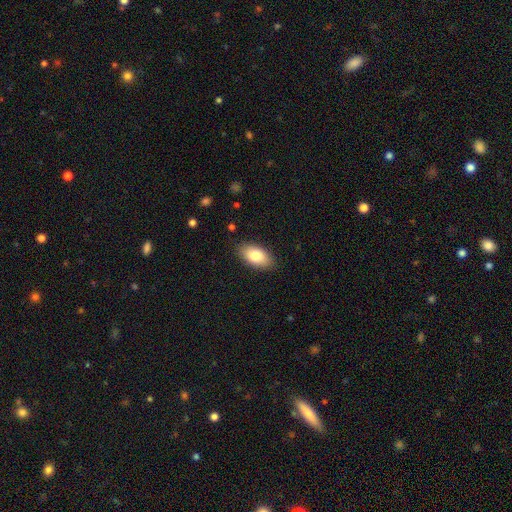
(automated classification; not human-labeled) Smooth or featured? smooth (81%)
How rounded? in between (93%)
Merging? none (87%)